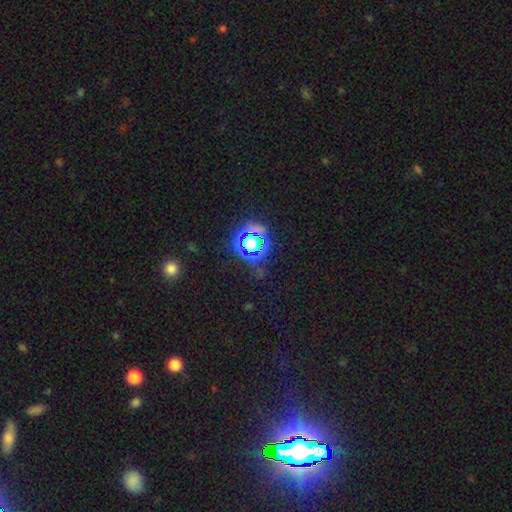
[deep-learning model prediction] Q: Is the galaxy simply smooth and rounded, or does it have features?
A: star or artifact — 80%.